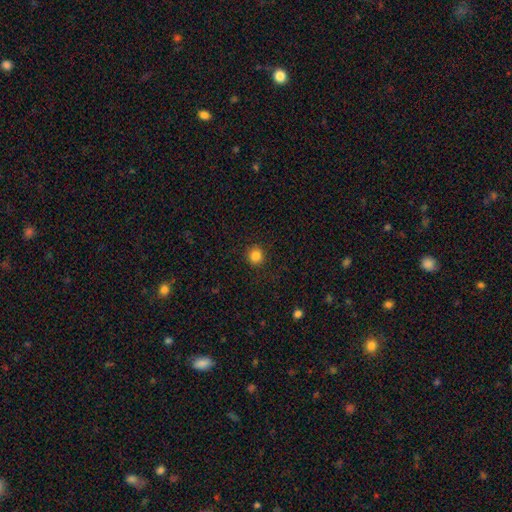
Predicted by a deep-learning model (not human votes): Overall: smooth (84%). How rounded: round (92%). Merging: none (91%).